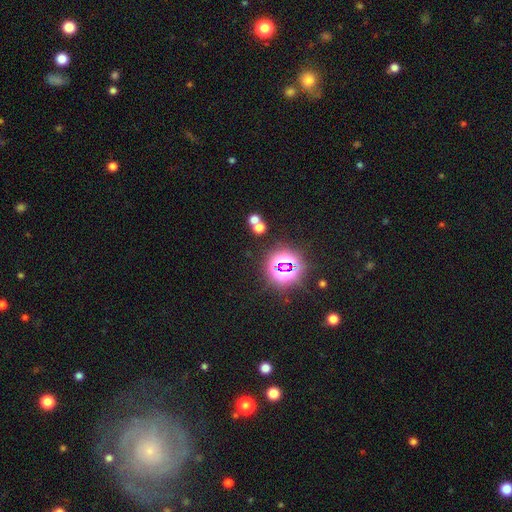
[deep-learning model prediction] smooth-or-featured: star or artifact: 77% | smooth: 15% | featured or disk: 8%